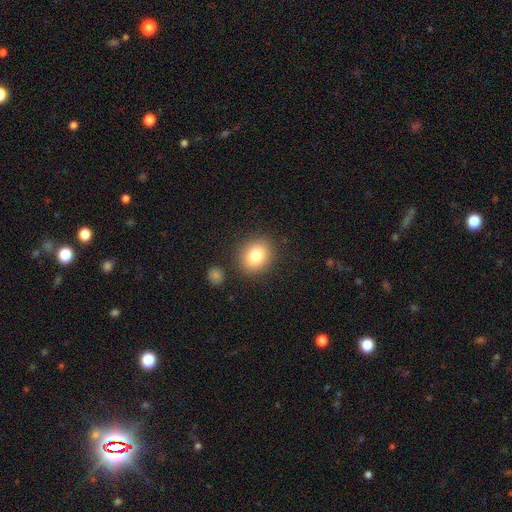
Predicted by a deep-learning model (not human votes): Morphology: type=smooth (82%); roundness=round (59%); merging=none (84%).